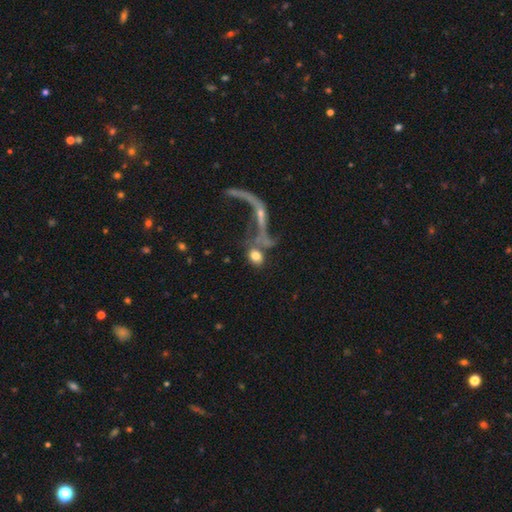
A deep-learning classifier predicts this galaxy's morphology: This is likely a smooth galaxy (71%). How rounded: possibly in between (48%). Merging: marginally none (37%).